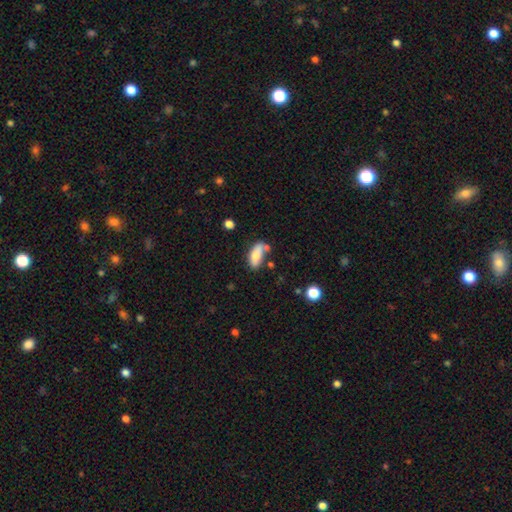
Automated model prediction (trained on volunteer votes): smooth-or-featured: smooth: 78% | featured or disk: 15% | star or artifact: 7%
  how-rounded: in between: 80% | cigar-shaped: 18% | round: 3%
  merging: none: 52% | minor disturbance: 23% | merger: 17% | major disturbance: 8%